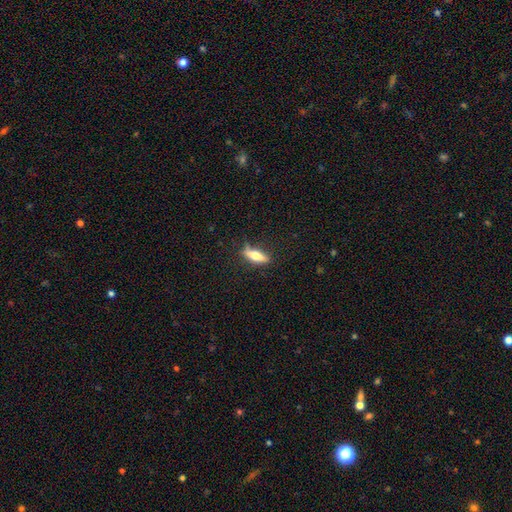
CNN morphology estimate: This is possibly a smooth galaxy (58%). How rounded: possibly cigar-shaped (56%). Merging: likely none (75%).